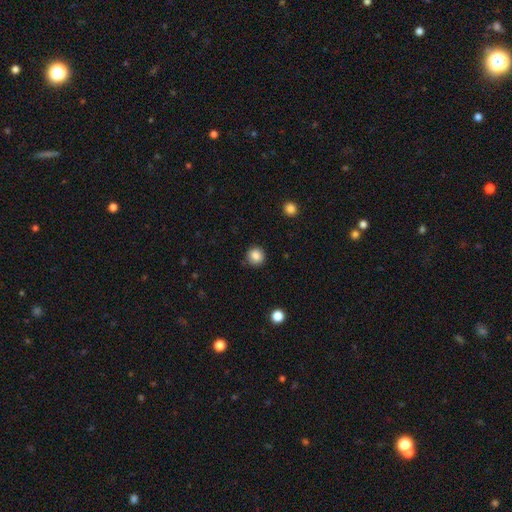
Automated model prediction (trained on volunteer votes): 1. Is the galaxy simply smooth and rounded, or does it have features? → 86% smooth, 10% star or artifact, 4% featured or disk.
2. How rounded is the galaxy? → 93% round, 6% in between, 1% cigar-shaped.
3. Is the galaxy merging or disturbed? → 89% none, 8% minor disturbance, 2% major disturbance, 2% merger.